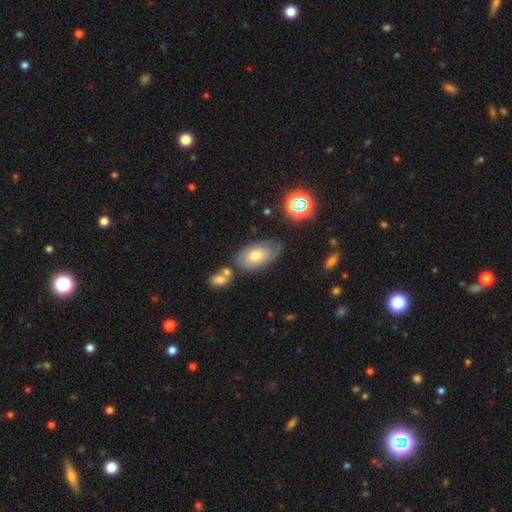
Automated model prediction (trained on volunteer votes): The model was most divided on "smooth or featured": smooth: 61%, featured or disk: 30%, star or artifact: 10%. More confident: how rounded — in between (92%); merging — none (60%).